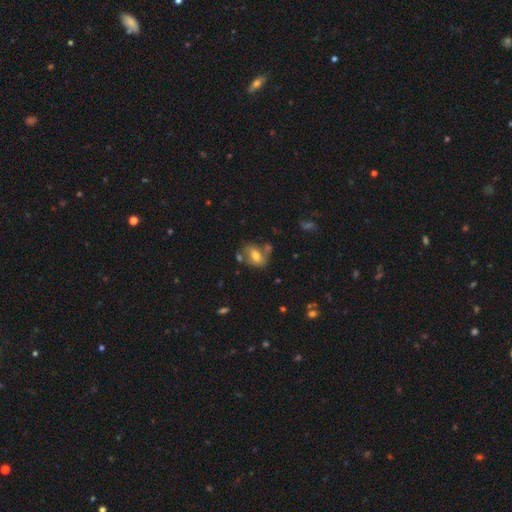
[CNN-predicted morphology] This is possibly a smooth galaxy (57%). How rounded: likely in between (71%). Merging: possibly none (53%).